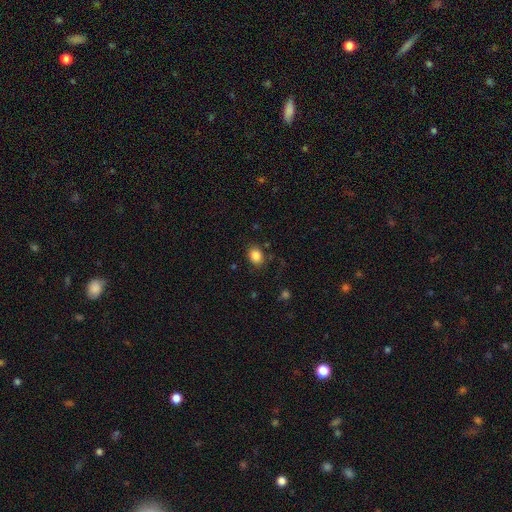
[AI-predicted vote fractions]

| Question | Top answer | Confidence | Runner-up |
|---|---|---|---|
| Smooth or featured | smooth | 86% | star or artifact (10%) |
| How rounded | in between | 62% | round (37%) |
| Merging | none | 82% | minor disturbance (12%) |